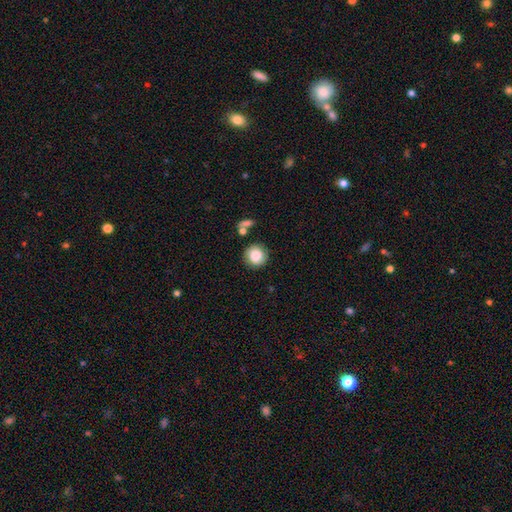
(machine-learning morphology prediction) Overall: smooth (84%). How rounded: round (91%). Merging: none (81%).